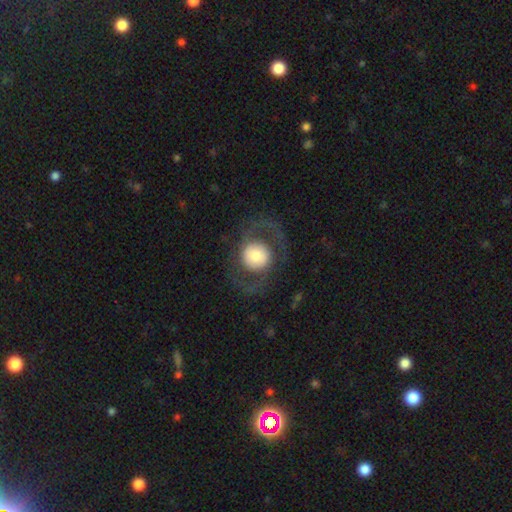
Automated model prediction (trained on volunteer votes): Q: Smooth or featured?
A: featured or disk (49%); runner-up: smooth (44%)
Q: Merging?
A: none (70%); runner-up: major disturbance (17%)